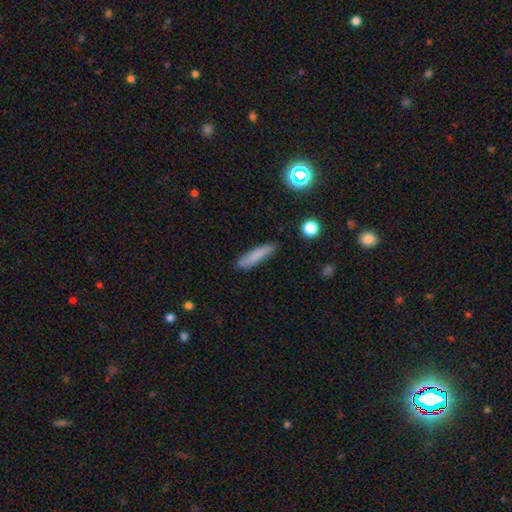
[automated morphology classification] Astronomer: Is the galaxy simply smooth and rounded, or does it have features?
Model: smooth — 77%.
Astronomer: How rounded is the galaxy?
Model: cigar-shaped — 83%.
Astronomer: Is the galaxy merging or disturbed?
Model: none — 80%.